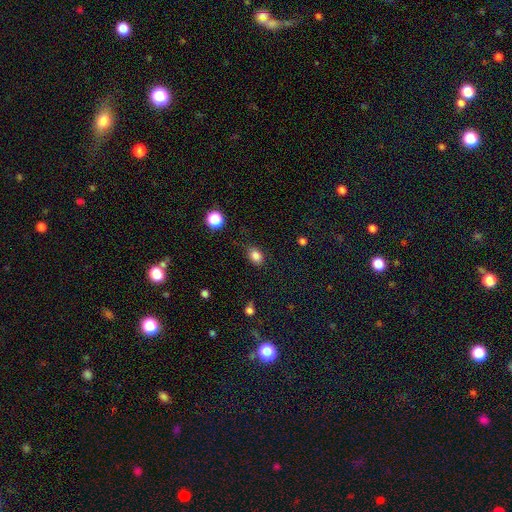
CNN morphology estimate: Smooth or featured: smooth — 84% (star or artifact — 11%)
How rounded: in between — 66% (round — 33%)
Merging: none — 78% (minor disturbance — 17%)